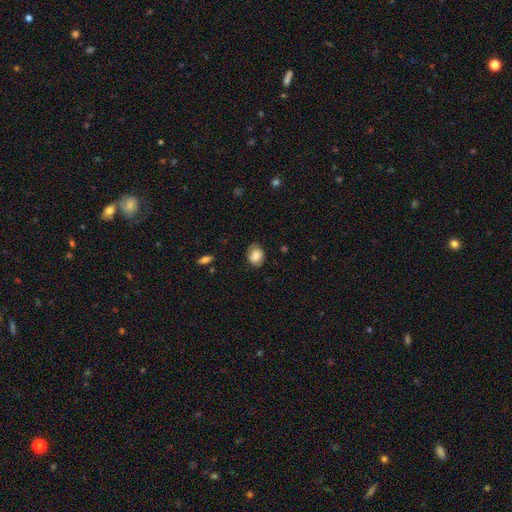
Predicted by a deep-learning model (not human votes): smooth_or_featured: smooth (p=0.75) [alt: featured or disk p=0.16]
how_rounded: round (p=0.50) [alt: in between p=0.49]
merging: none (p=0.73) [alt: minor disturbance p=0.21]